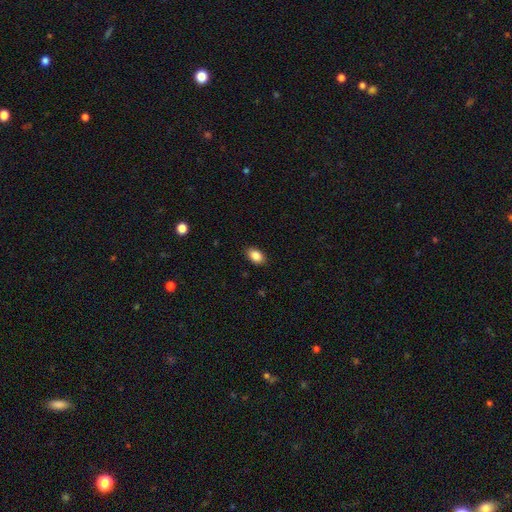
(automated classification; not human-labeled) Smooth or featured? Predicted: smooth (p=0.87). How rounded? Predicted: in between (p=0.88). Merging? Predicted: none (p=0.88).